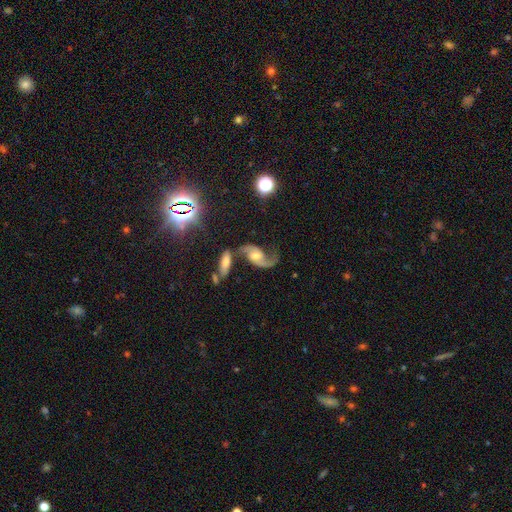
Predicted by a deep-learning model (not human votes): Overall: featured or disk (83%). Edge-on disk: no (96%). Bar: no (58%; weak 32%). Spiral arms: yes (95%). Spiral arm count: 2 (86%). Spiral winding: loose (66%; medium 27%). Bulge size: moderate (59%; small 29%). Merging: none (50%; merger 20%).